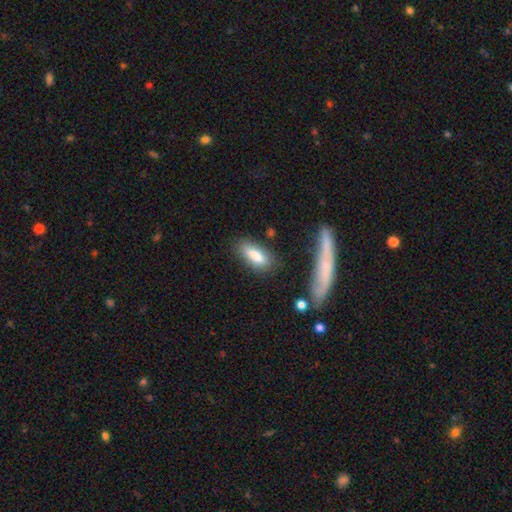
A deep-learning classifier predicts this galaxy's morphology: Smooth or featured?
  - smooth: 84% *
  - featured or disk: 9%
  - star or artifact: 7%
How rounded?
  - in between: 72% *
  - cigar-shaped: 26%
  - round: 2%
Merging?
  - none: 76% *
  - minor disturbance: 15%
  - major disturbance: 4%
  - merger: 4%